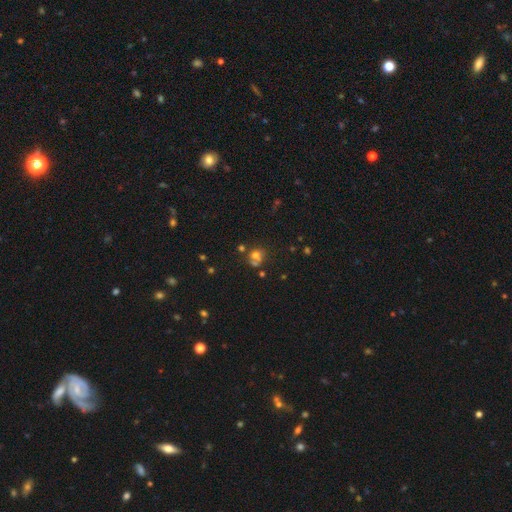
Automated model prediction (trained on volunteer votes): A smooth galaxy with no disk features (61%) that is round (73%). Merging: none (44%).